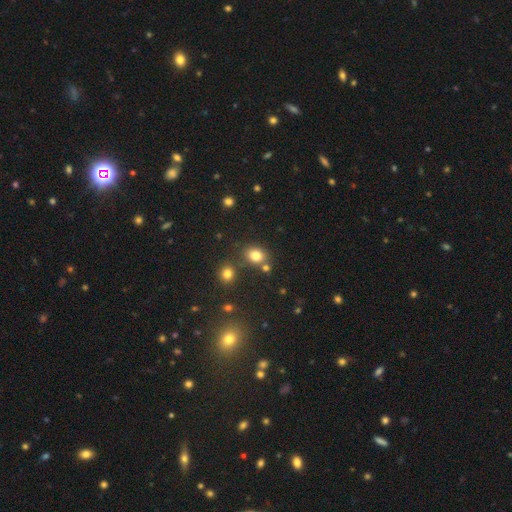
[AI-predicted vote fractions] This appears to be a smooth galaxy with no disk features (79%) that is round (57%). Merging: none (70%).